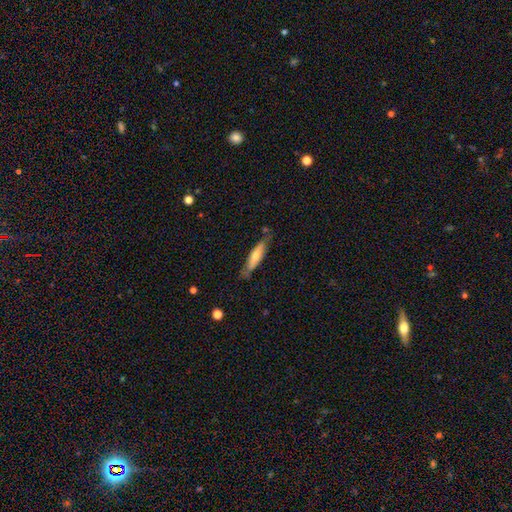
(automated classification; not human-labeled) Q: Smooth or featured?
A: smooth (53%); runner-up: featured or disk (41%)
Q: How rounded?
A: cigar-shaped (72%); runner-up: in between (26%)
Q: Merging?
A: none (69%); runner-up: minor disturbance (22%)